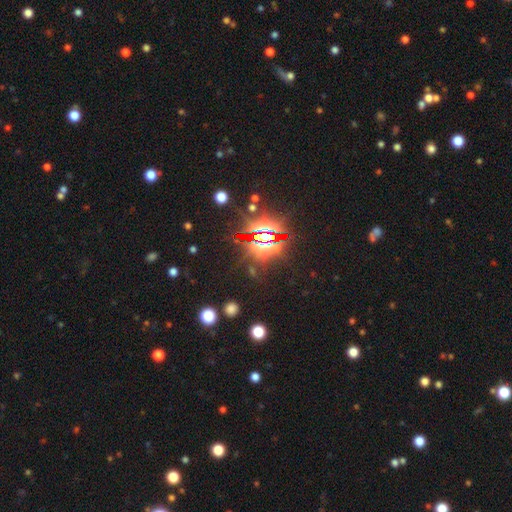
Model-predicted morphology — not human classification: A star or artifact, not a galaxy (83%).